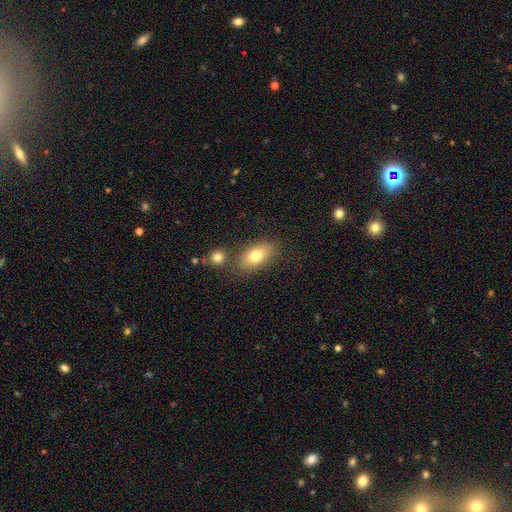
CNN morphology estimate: smooth 78%, featured or disk 14%, star or artifact 8%. Down the decision tree: how rounded — in between (88%); merging — none (72%).